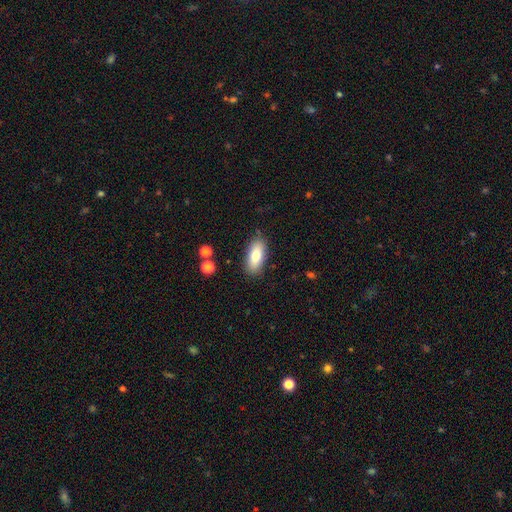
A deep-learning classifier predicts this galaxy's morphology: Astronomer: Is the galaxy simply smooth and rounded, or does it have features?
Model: smooth — 80%.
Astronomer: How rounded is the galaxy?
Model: in between — 83%.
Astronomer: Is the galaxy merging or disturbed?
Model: none — 86%.